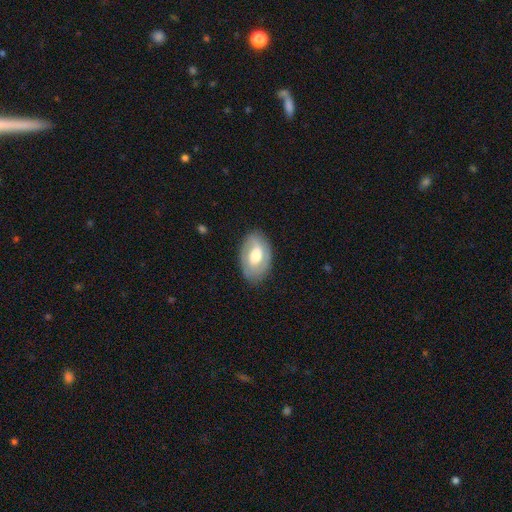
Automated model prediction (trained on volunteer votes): featured or disk 54%, smooth 40%, star or artifact 6%. Down the decision tree: edge-on disk — no (93%); bar — no (43%); spiral arms — yes (62%); bulge size — moderate (63%); merging — none (81%).